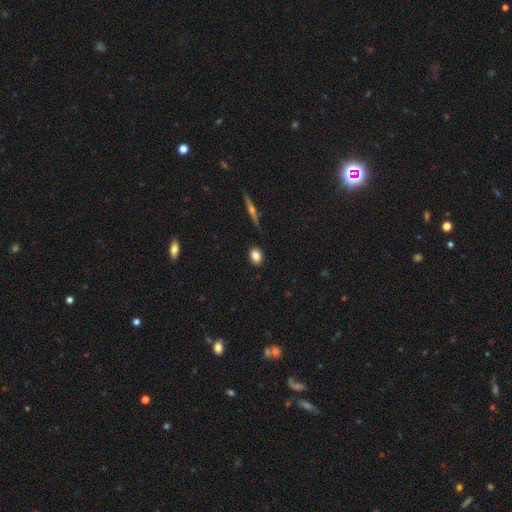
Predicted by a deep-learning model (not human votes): Smooth or featured? smooth (84%)
How rounded? in between (66%)
Merging? none (87%)